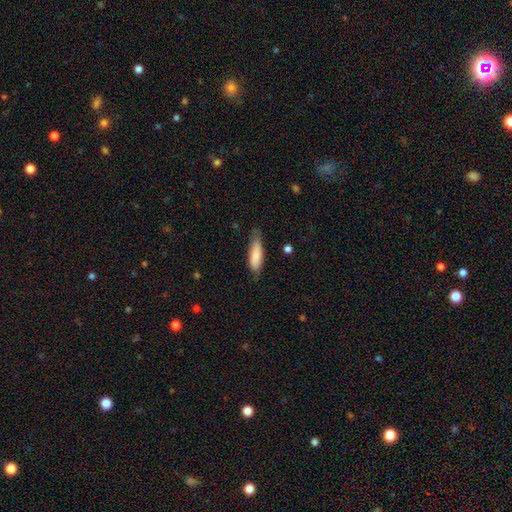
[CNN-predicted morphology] This appears to be a smooth galaxy with no disk features (80%) that is cigar-shaped (51%). Merging: none (66%).